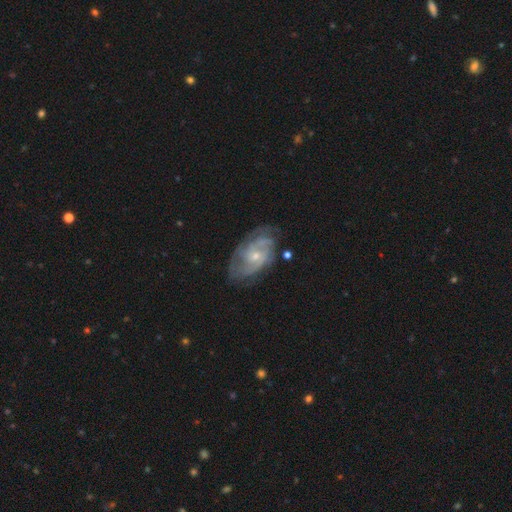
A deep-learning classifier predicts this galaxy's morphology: type=featured or disk (84%); edge-on=no (96%); bar=no (63%); spiral arms=yes (94%); winding=tight (49%); arm count=can't tell (30%); bulge=small (63%); merging=none (68%).